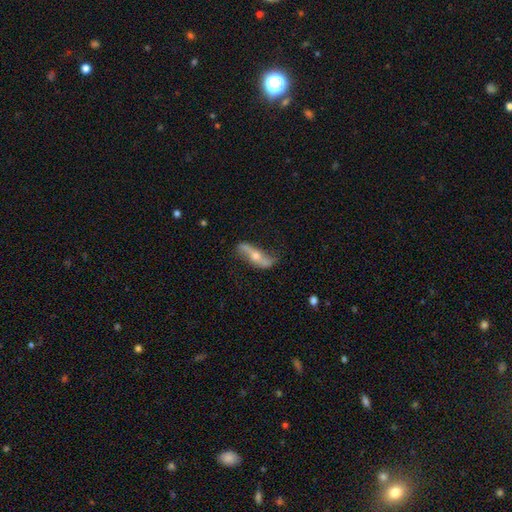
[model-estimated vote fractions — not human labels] smooth-or-featured: featured or disk: 77% | smooth: 17% | star or artifact: 6%
  disk-edge-on: no: 73% | yes: 27%
    bar: no: 48% | strong: 29% | weak: 23%
    has-spiral-arms: yes: 88% | no: 12%
    bulge-size: moderate: 55% | small: 39% | large: 3% | none: 2% | dominant: 1%
  merging: none: 72% | minor disturbance: 19% | major disturbance: 7% | merger: 2%